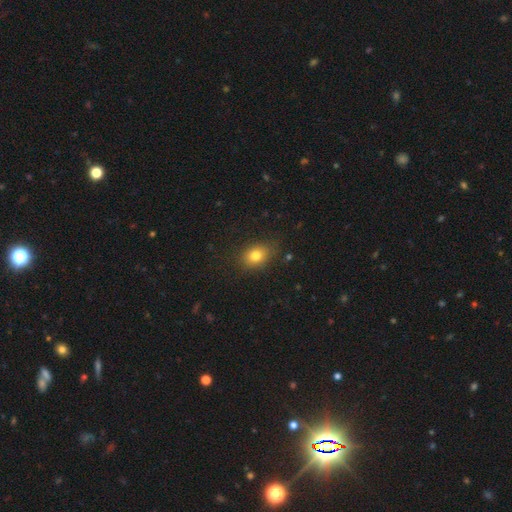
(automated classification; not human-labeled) A smooth galaxy with no disk features (79%) that is in between round and cigar-shaped (59%).

Vote fractions:
- Smooth or featured? smooth: 79% / star or artifact: 12% / featured or disk: 9%
- How rounded? in between: 59% / round: 39% / cigar-shaped: 2%
- Merging? none: 82% / minor disturbance: 13% / major disturbance: 4% / merger: 1%